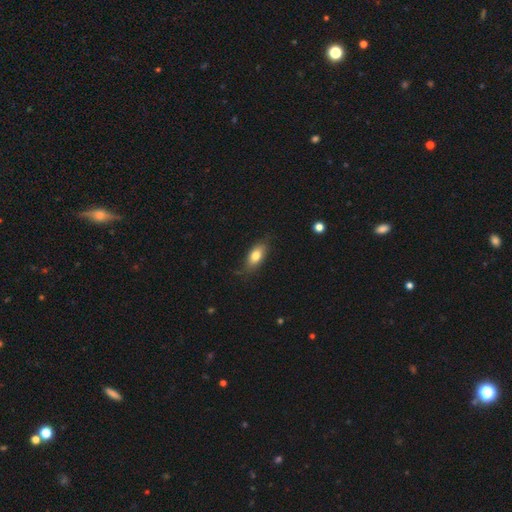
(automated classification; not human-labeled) The model was most divided on "smooth or featured": smooth: 77%, featured or disk: 16%, star or artifact: 7%. More confident: how rounded — in between (83%); merging — none (80%).